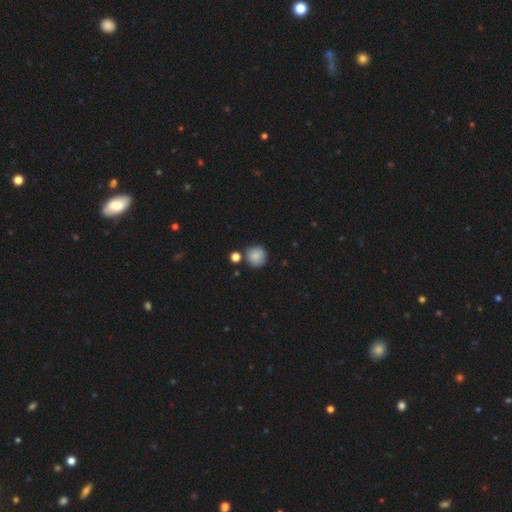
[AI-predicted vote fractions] Overall: smooth (86%). How rounded: round (93%). Merging: none (77%).